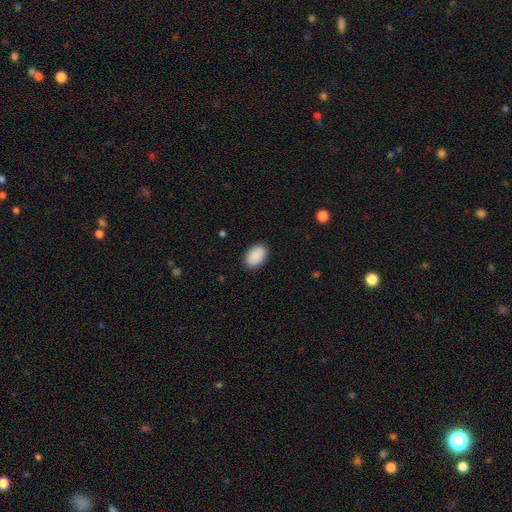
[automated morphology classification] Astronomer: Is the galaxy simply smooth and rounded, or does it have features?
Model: smooth — 91%.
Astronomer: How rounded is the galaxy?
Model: in between — 89%.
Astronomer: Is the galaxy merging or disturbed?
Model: none — 89%.